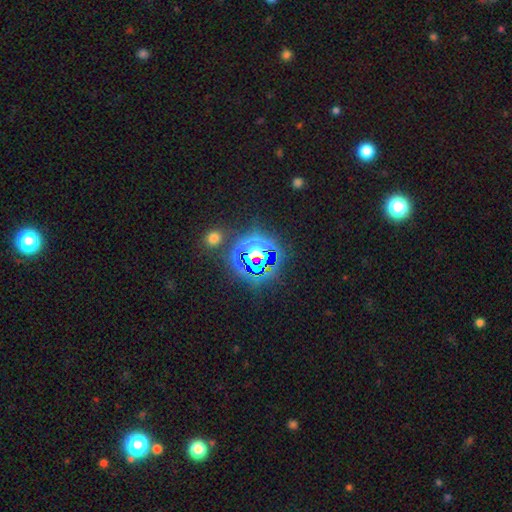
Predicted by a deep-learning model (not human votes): Smooth or featured? star or artifact (76%)